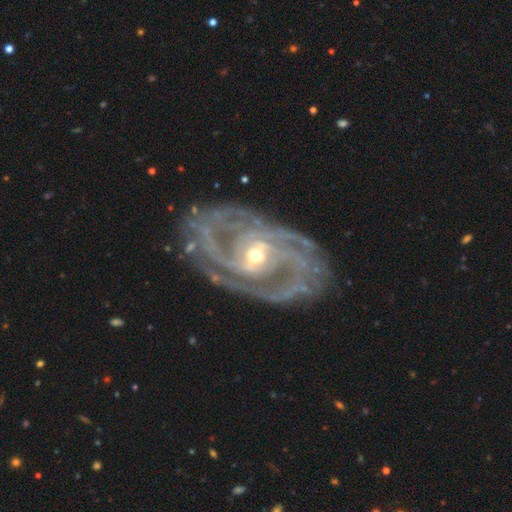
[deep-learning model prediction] A featured or disk galaxy (92%) with a weak bar (38%), 2 (44%) tight (58%) spiral arms (97%) and a moderate central bulge (52%).

Vote fractions:
- Smooth or featured? featured or disk: 92% / star or artifact: 4% / smooth: 3%
- Edge-on disk? no: 96% / yes: 4%
- Bar? weak: 38% / no: 35% / strong: 27%
- Spiral arms? yes: 97% / no: 3%
- Spiral winding? tight: 58% / medium: 34% / loose: 8%
- Spiral arm count? 2: 44% / 3: 21% / can't tell: 14% / 4: 9% / more than 4: 7% / 1: 6%
- Bulge size? moderate: 52% / small: 43% / large: 3% / none: 1% / dominant: 1%
- Merging? none: 73% / minor disturbance: 17% / major disturbance: 9% / merger: 2%